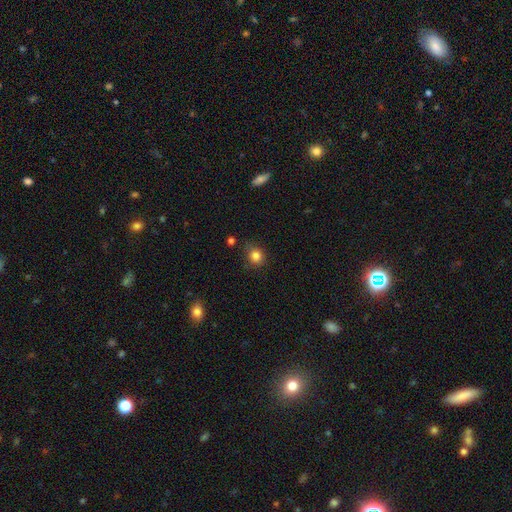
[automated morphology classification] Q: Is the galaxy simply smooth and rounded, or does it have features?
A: smooth — 83%.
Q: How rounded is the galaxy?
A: round — 77%.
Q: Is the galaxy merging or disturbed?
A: none — 79%.